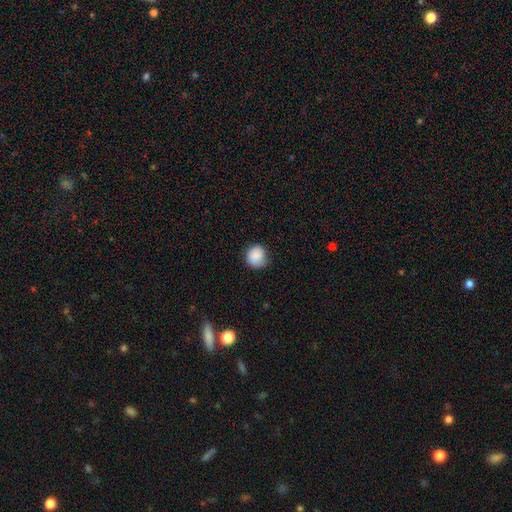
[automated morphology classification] This is clearly a smooth galaxy (86%). How rounded: clearly round (88%). Merging: likely none (74%).